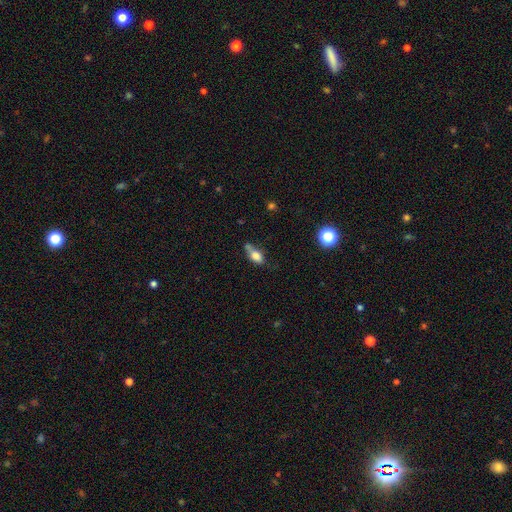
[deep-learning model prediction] Smooth or featured: smooth — 74% (featured or disk — 16%)
How rounded: in between — 79% (round — 11%)
Merging: none — 38% (minor disturbance — 30%)